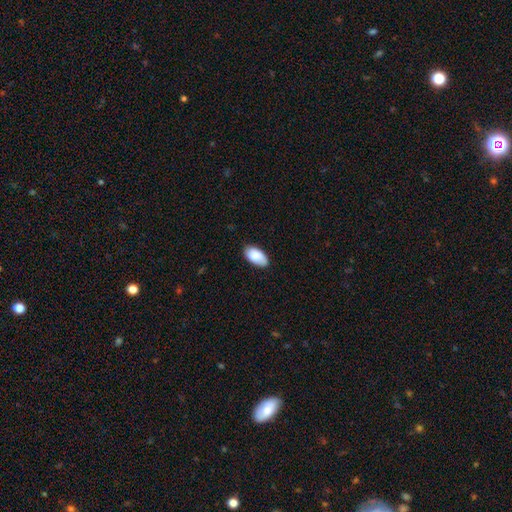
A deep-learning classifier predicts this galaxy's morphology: Smooth or featured? Predicted: smooth (p=0.86). How rounded? Predicted: in between (p=0.96). Merging? Predicted: none (p=0.80).